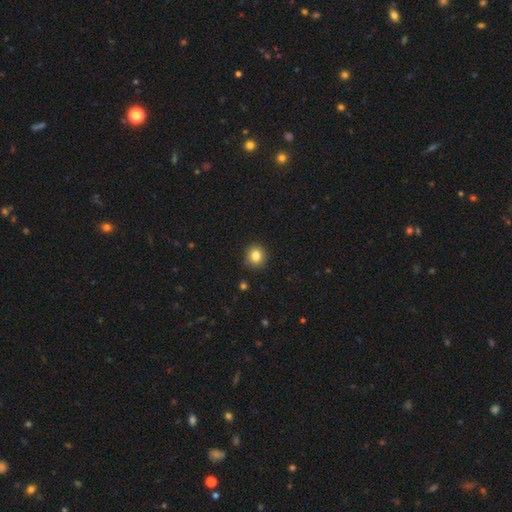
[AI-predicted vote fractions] smooth 83%, star or artifact 11%, featured or disk 6%. Down the decision tree: how rounded — round (89%); merging — none (91%).